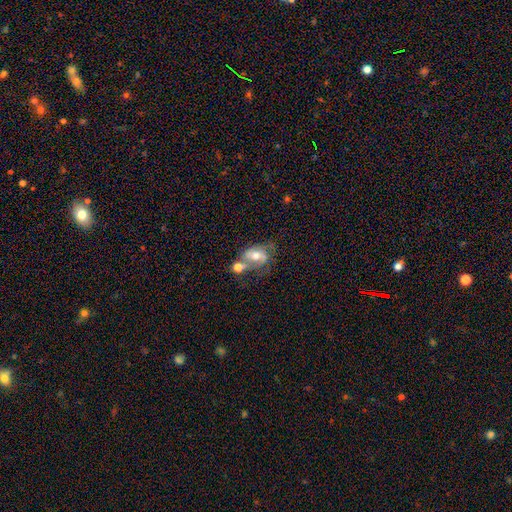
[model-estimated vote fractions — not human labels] This appears to be a featured or disk galaxy (52%). Merging: merger (36%).